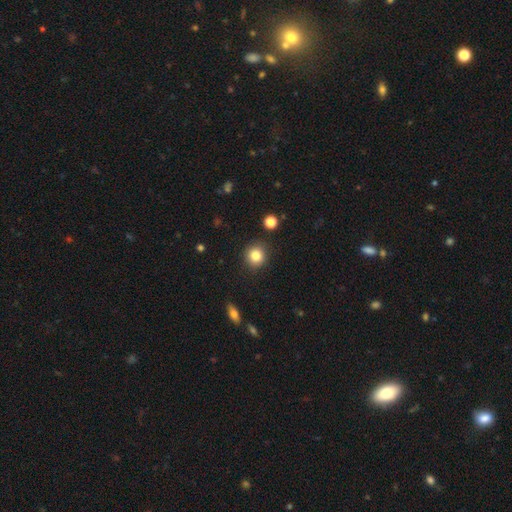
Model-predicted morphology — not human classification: The model was most divided on "smooth or featured": smooth: 83%, star or artifact: 10%, featured or disk: 7%. More confident: how rounded — round (90%); merging — none (89%).